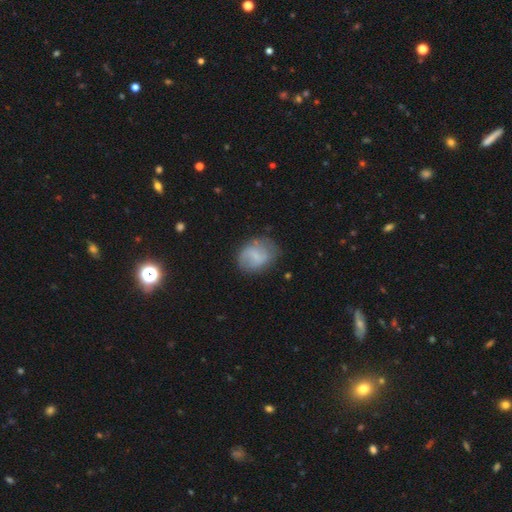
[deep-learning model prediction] smooth_or_featured: smooth (p=0.55) [alt: featured or disk p=0.38]
how_rounded: in between (p=0.53) [alt: round p=0.46]
merging: none (p=0.66) [alt: minor disturbance p=0.23]